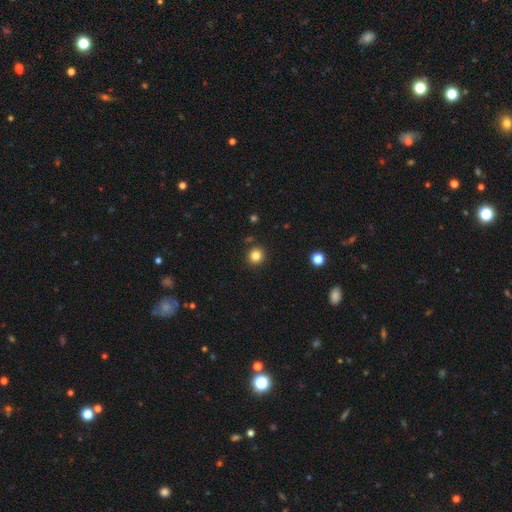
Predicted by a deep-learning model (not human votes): Smooth or featured: smooth — 83% (star or artifact — 12%)
How rounded: round — 91% (in between — 8%)
Merging: none — 90% (minor disturbance — 6%)